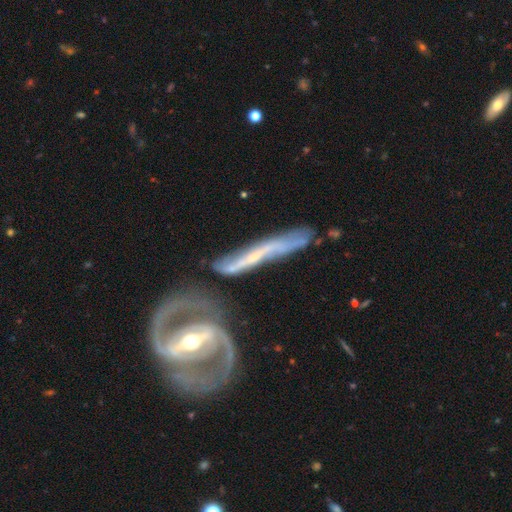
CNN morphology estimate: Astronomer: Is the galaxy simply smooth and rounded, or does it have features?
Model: featured or disk — 80%.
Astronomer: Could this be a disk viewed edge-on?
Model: no — 53% (runner-up: yes, 47%).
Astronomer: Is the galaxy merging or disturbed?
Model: none — 52%.